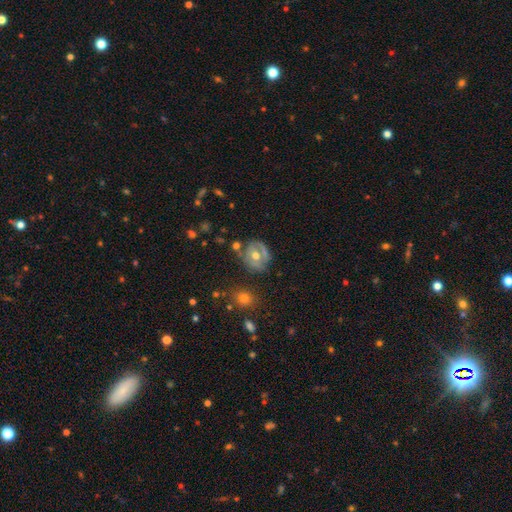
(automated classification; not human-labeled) Morphology: type=featured or disk (53%); edge-on=no (95%); merging=none (66%).